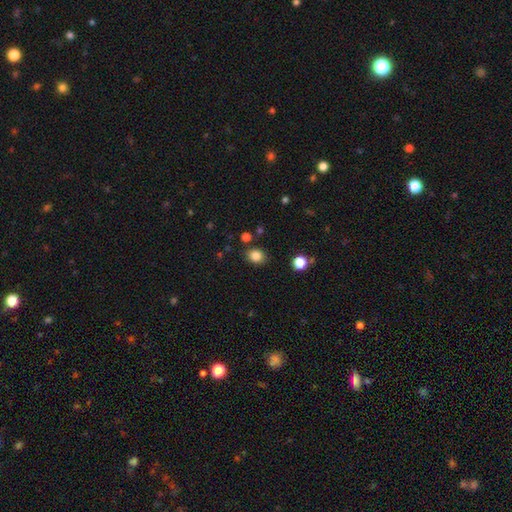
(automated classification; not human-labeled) Smooth or featured? Predicted: smooth (p=0.84). How rounded? Predicted: round (p=0.54). Merging? Predicted: none (p=0.84).